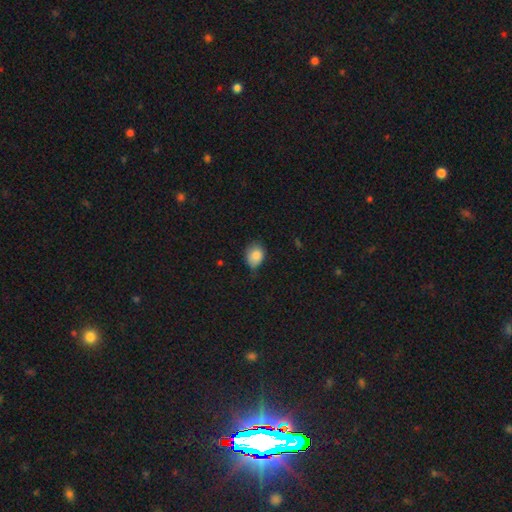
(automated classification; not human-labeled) A smooth galaxy with no disk features (85%) that is in between round and cigar-shaped (60%). Merging: none (55%).